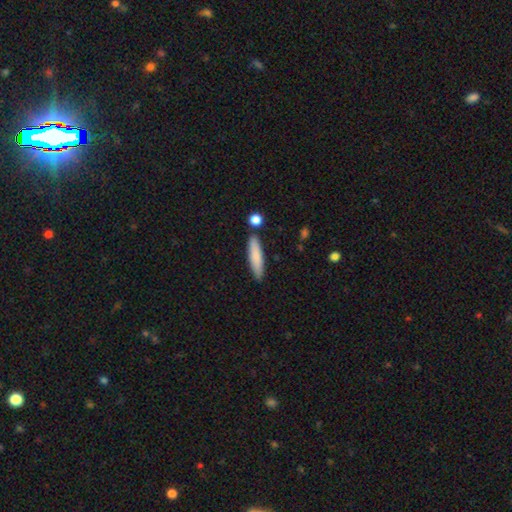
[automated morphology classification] Smooth or featured? Predicted: smooth (p=0.82). How rounded? Predicted: cigar-shaped (p=0.80). Merging? Predicted: none (p=0.83).